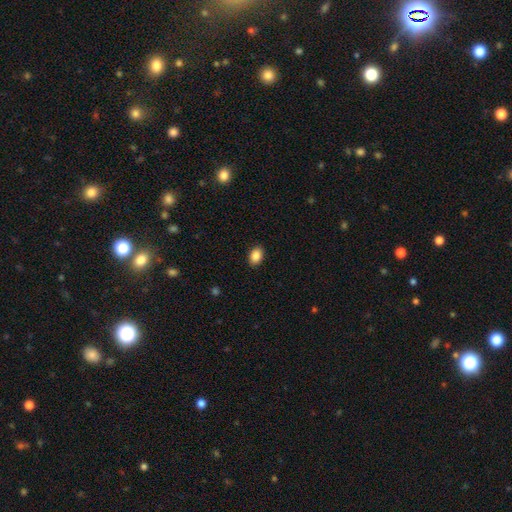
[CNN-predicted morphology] A smooth galaxy with no disk features (88%) that is in between round and cigar-shaped (81%). Merging: none (90%).